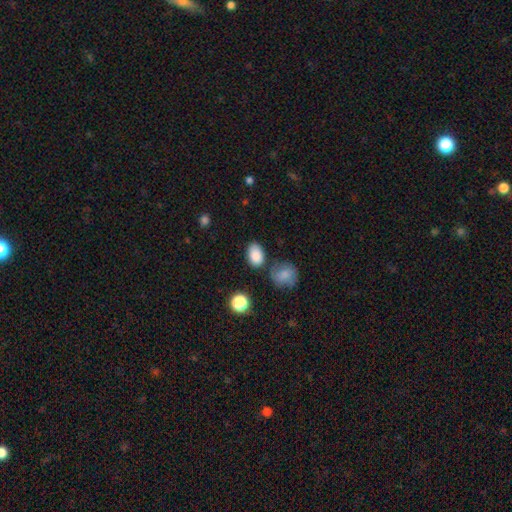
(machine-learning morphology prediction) A smooth galaxy with no disk features (86%) that is in between round and cigar-shaped (84%). Merging: none (75%).